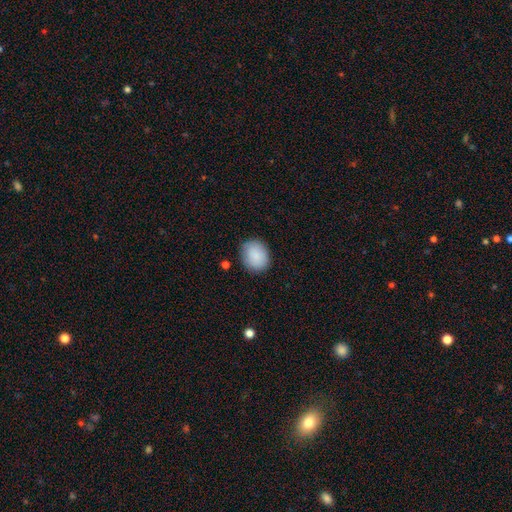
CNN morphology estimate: smooth-or-featured: smooth: 88% | star or artifact: 7% | featured or disk: 5%
  how-rounded: round: 55% | in between: 44% | cigar-shaped: 1%
  merging: none: 83% | minor disturbance: 13% | major disturbance: 3% | merger: 1%